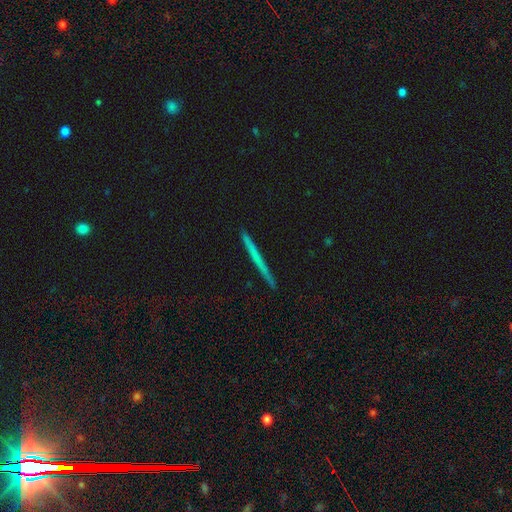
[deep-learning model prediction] smooth_or_featured: featured or disk (p=0.47) [tied with: smooth p=0.47]
merging: none (p=0.92) [alt: minor disturbance p=0.06]